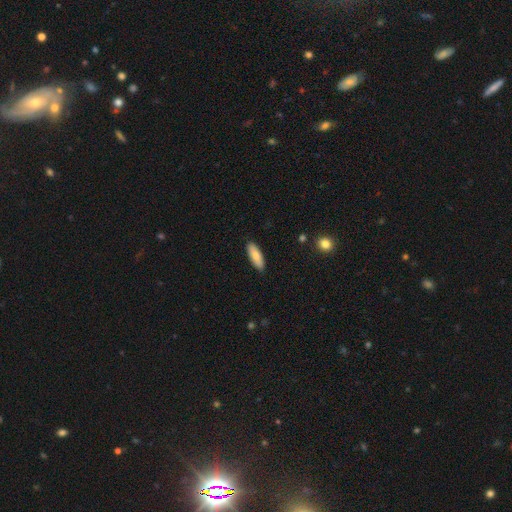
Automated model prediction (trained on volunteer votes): A smooth galaxy with no disk features (81%) that is in between round and cigar-shaped (59%).

Vote fractions:
- Smooth or featured? smooth: 81% / featured or disk: 13% / star or artifact: 6%
- How rounded? in between: 59% / cigar-shaped: 39% / round: 2%
- Merging? none: 89% / minor disturbance: 8% / major disturbance: 2% / merger: 1%